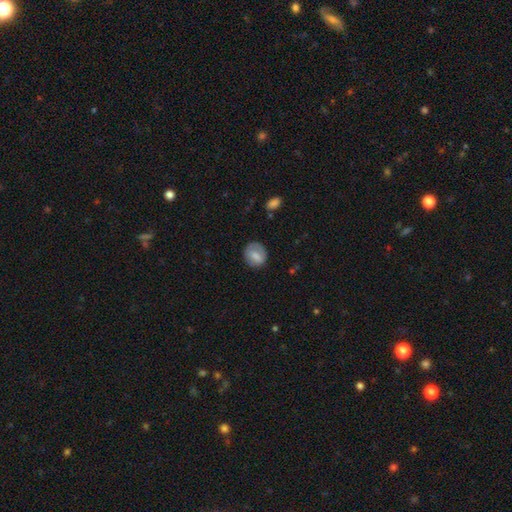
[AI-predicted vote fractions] A smooth galaxy with no disk features (70%) that is round (71%). Merging: none (74%).